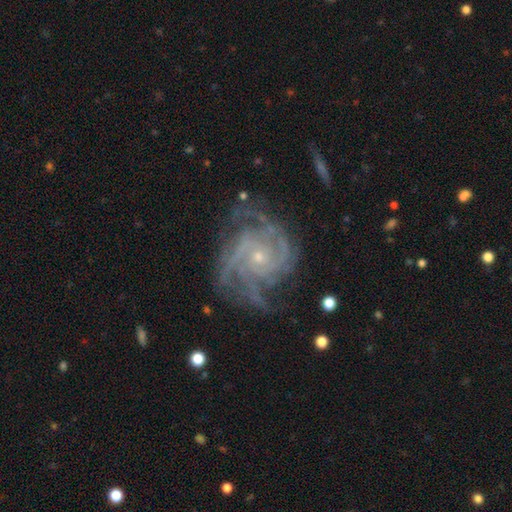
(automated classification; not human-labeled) Overall: featured or disk (90%). Edge-on disk: no (98%). Bar: no (76%). Spiral arms: yes (98%). Spiral arm count: 3 (27%; 4 26%). Spiral winding: tight (61%; medium 33%). Bulge size: small (78%). Merging: none (70%).